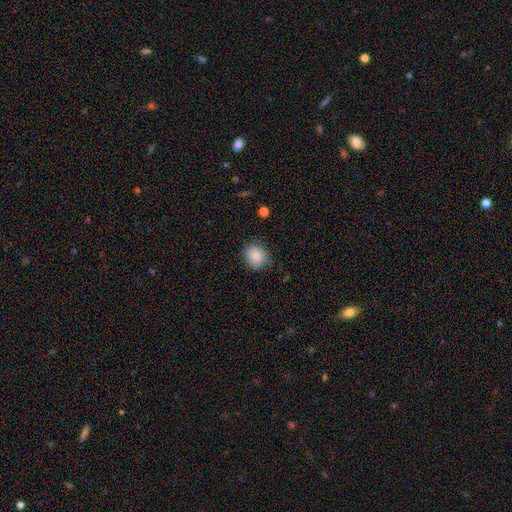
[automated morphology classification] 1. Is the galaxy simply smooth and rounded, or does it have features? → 87% smooth, 8% star or artifact, 5% featured or disk.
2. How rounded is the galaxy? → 71% round, 28% in between, 1% cigar-shaped.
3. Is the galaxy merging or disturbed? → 78% none, 17% minor disturbance, 4% major disturbance, 1% merger.